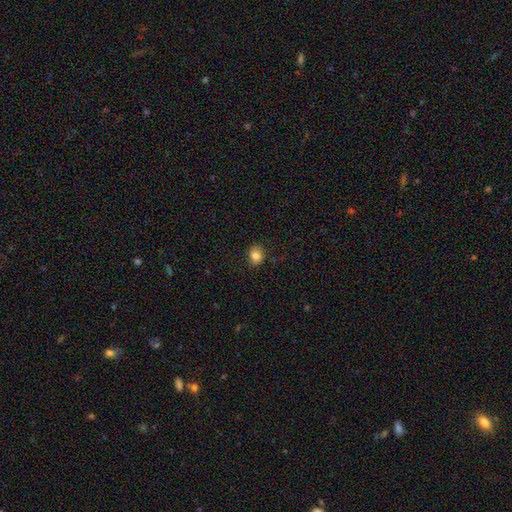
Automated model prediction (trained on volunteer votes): smooth_or_featured: smooth (p=0.84) [alt: star or artifact p=0.11]
how_rounded: round (p=0.62) [alt: in between p=0.37]
merging: none (p=0.84) [alt: minor disturbance p=0.12]